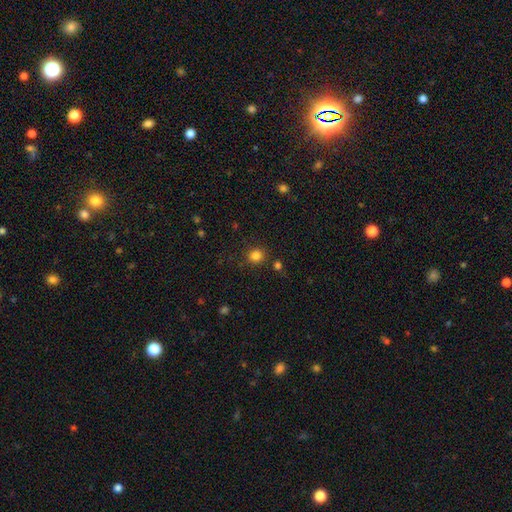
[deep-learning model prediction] This appears to be a smooth galaxy with no disk features (82%) that is round (83%). Merging: none (85%).